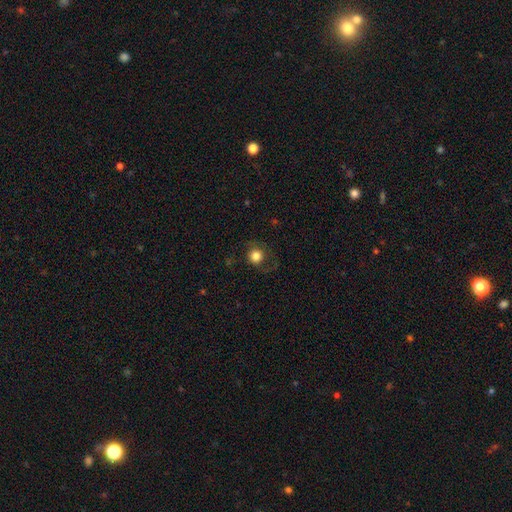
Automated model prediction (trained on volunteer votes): Smooth or featured?
  - smooth: 78% *
  - featured or disk: 12%
  - star or artifact: 10%
How rounded?
  - round: 90% *
  - in between: 9%
  - cigar-shaped: 1%
Merging?
  - none: 72% *
  - minor disturbance: 15%
  - major disturbance: 12%
  - merger: 1%